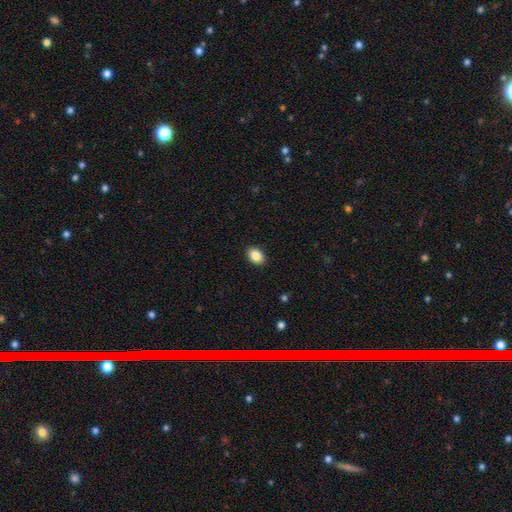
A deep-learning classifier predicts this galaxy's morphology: A smooth galaxy with no disk features (87%) that is in between round and cigar-shaped (79%).

Vote fractions:
- Smooth or featured? smooth: 87% / star or artifact: 8% / featured or disk: 5%
- How rounded? in between: 79% / round: 20% / cigar-shaped: 1%
- Merging? none: 90% / minor disturbance: 7% / major disturbance: 2% / merger: 1%